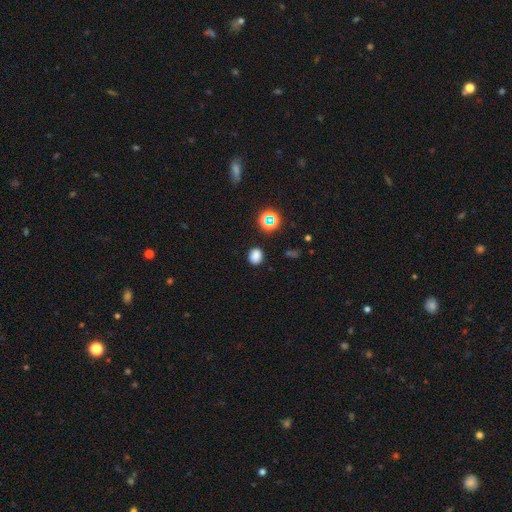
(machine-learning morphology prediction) This is likely a smooth galaxy (80%). How rounded: likely round (62%). Merging: clearly none (88%).